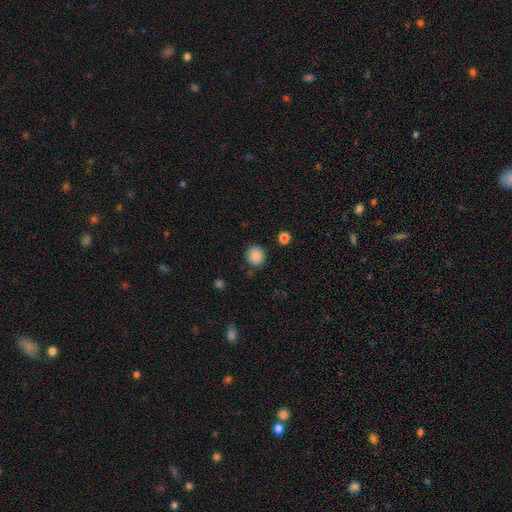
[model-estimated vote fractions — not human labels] Overall: smooth (86%). How rounded: round (89%). Merging: none (86%).